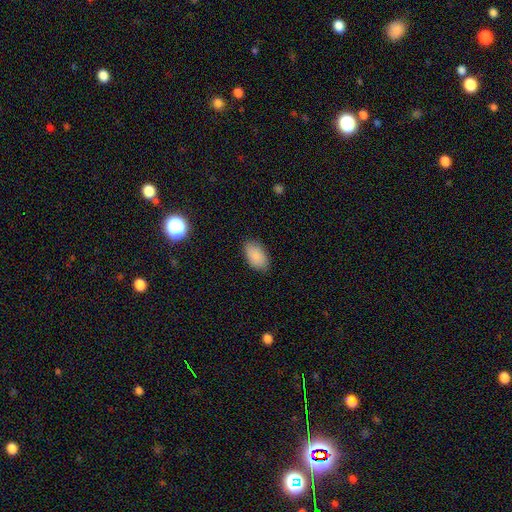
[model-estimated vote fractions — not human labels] smooth-or-featured: smooth: 88% | star or artifact: 7% | featured or disk: 5%
  how-rounded: in between: 93% | round: 5% | cigar-shaped: 2%
  merging: none: 83% | minor disturbance: 13% | major disturbance: 3% | merger: 1%